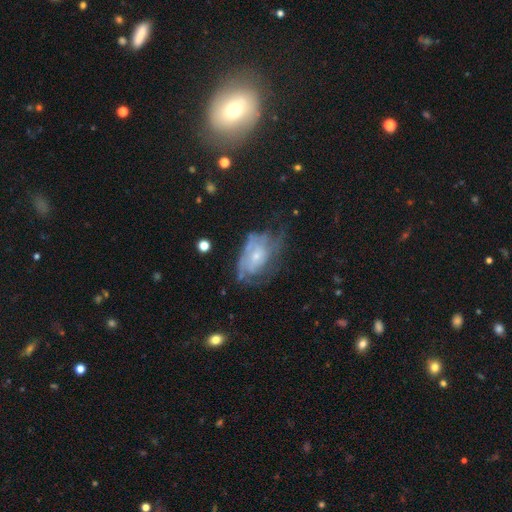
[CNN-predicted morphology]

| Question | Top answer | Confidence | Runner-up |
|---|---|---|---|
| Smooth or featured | featured or disk | 72% | smooth (20%) |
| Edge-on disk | no | 96% | yes (4%) |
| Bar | no | 70% | weak (25%) |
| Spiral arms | yes | 78% | no (22%) |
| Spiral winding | tight | 48% | medium (35%) |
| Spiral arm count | can't tell | 50% | 2 (23%) |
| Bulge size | small | 65% | moderate (27%) |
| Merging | none | 43% | major disturbance (29%) |